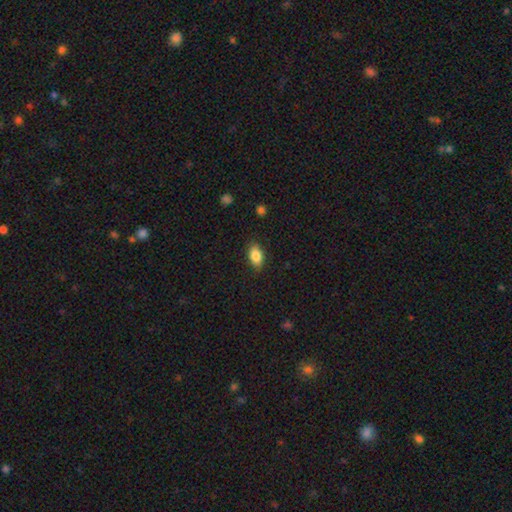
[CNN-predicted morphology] Smooth or featured? smooth (85%)
How rounded? in between (89%)
Merging? none (85%)